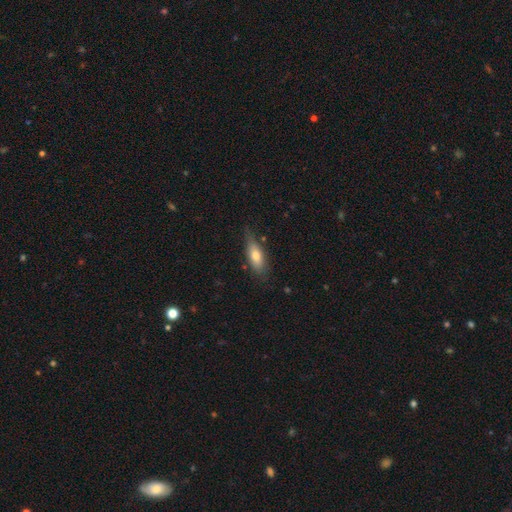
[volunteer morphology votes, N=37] This appears to be a smooth galaxy with no disk features (70%) that is in between round and cigar-shaped (65%). Merging: none (49%).